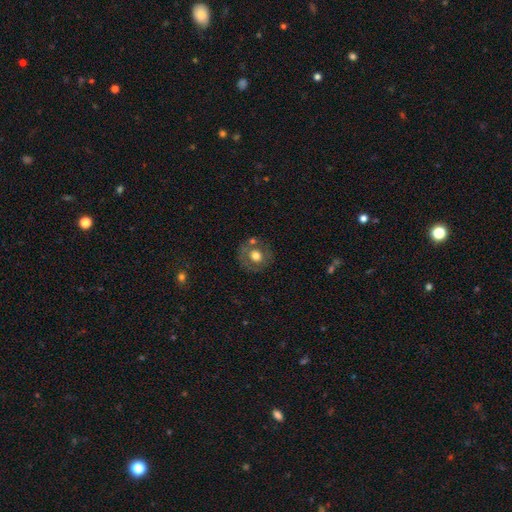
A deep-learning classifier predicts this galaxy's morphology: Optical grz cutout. It shows a smooth galaxy with no disk features (57%) that is round (87%). Merging: none (71%).